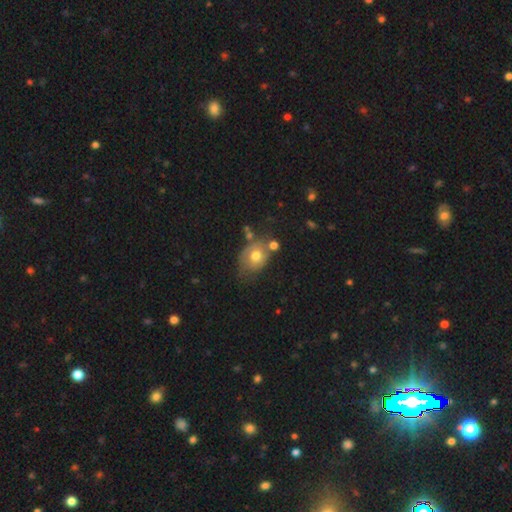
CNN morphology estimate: Overall: smooth (63%; featured or disk 28%). How rounded: in between (61%; round 38%). Merging: none (45%; minor disturbance 28%).